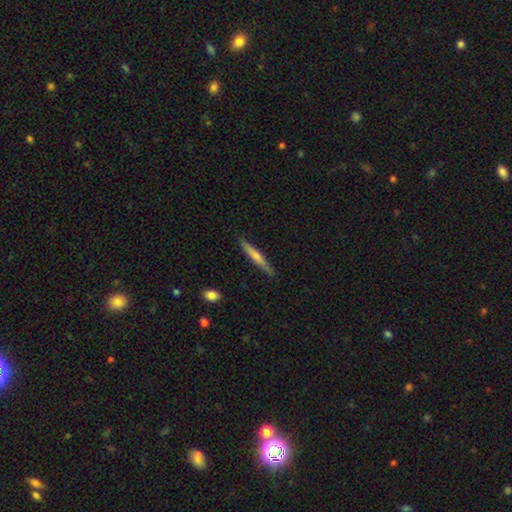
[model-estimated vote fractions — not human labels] Smooth or featured: smooth — 54% (featured or disk — 41%)
How rounded: cigar-shaped — 95% (in between — 4%)
Merging: none — 89% (minor disturbance — 8%)